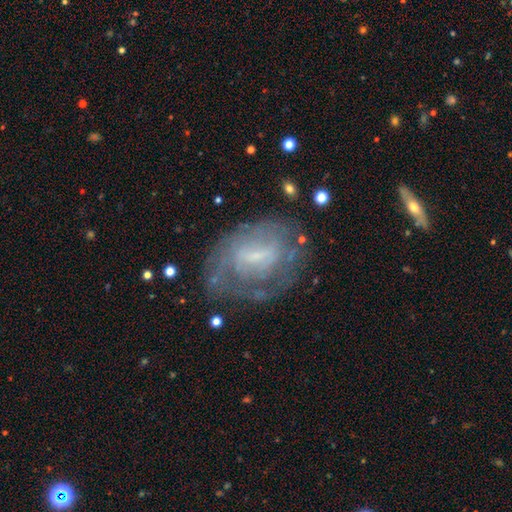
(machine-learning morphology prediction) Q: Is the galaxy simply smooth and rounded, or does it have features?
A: featured or disk — 70%.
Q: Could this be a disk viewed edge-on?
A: no — 96%.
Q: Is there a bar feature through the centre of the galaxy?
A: weak — 53%.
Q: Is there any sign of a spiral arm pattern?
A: yes — 68%.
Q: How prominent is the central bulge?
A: small — 54%.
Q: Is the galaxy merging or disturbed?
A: none — 61%.